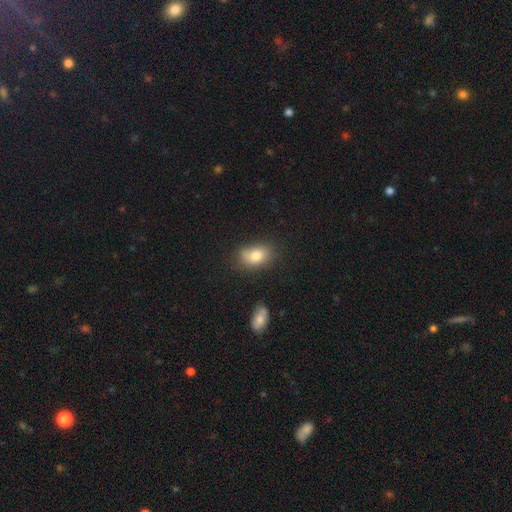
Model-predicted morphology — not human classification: Smooth or featured? smooth (80%)
How rounded? in between (82%)
Merging? none (66%)